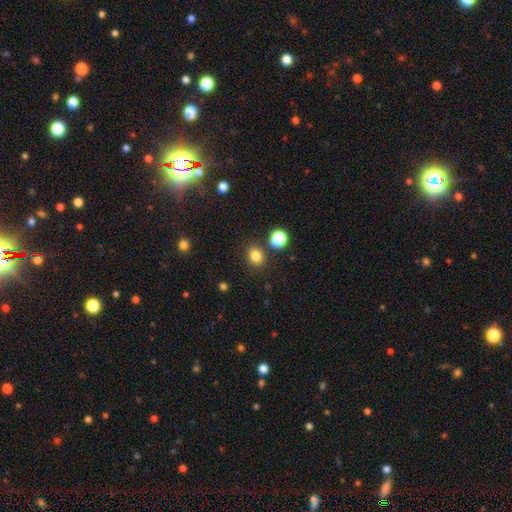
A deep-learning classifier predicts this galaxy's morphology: type=smooth (81%); roundness=round (65%); merging=none (82%).